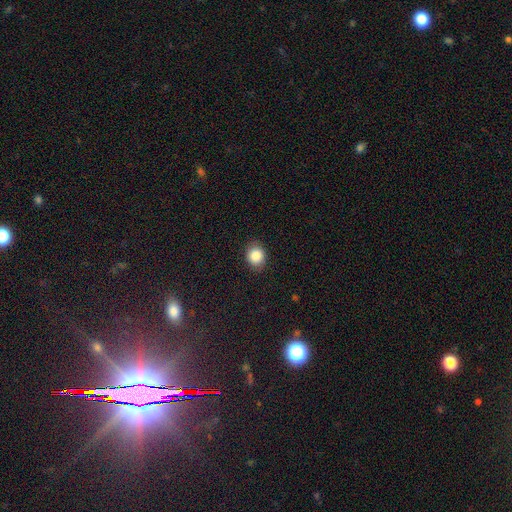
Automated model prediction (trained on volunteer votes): Morphology: type=smooth (86%); roundness=round (64%); merging=none (87%).